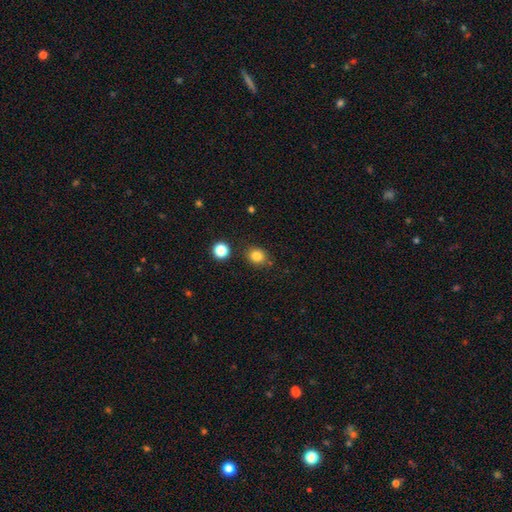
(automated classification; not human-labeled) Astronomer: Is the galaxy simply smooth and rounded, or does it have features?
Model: smooth — 83%.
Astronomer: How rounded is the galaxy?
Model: round — 70%.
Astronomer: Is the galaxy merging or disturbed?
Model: none — 83%.